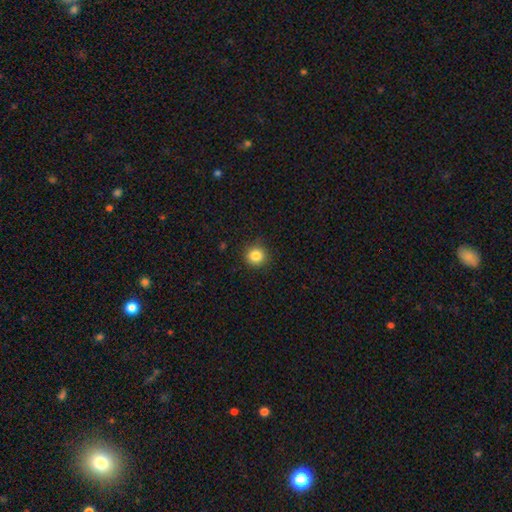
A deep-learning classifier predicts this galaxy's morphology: Smooth or featured? Predicted: smooth (p=0.85). How rounded? Predicted: round (p=0.94). Merging? Predicted: none (p=0.90).